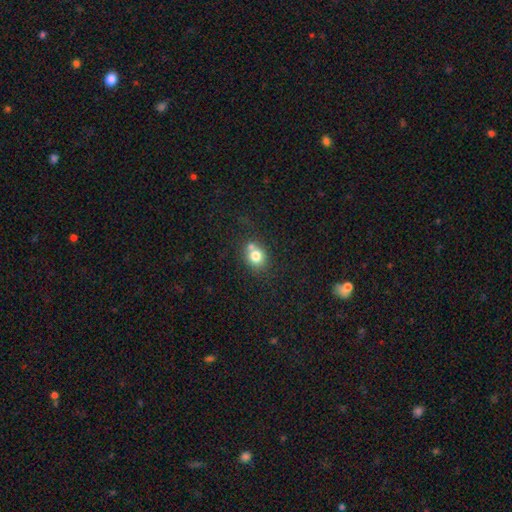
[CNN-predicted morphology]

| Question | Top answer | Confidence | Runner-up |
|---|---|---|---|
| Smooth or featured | smooth | 76% | featured or disk (12%) |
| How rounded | round | 74% | in between (25%) |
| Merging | none | 51% | merger (34%) |